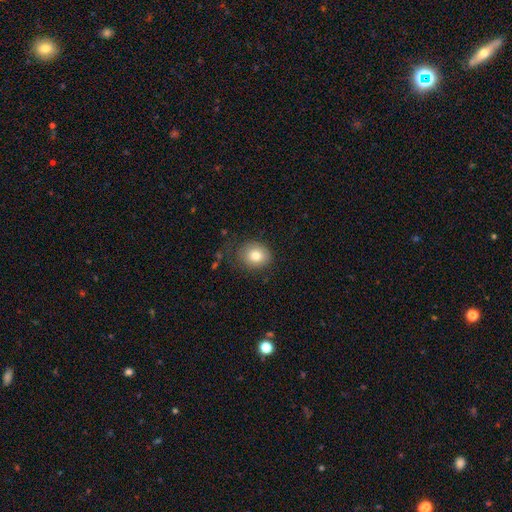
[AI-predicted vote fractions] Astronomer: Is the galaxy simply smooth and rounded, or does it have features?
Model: smooth — 79%.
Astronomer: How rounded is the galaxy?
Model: round — 61% (runner-up: in between, 39%).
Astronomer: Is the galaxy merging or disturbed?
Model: none — 74%.